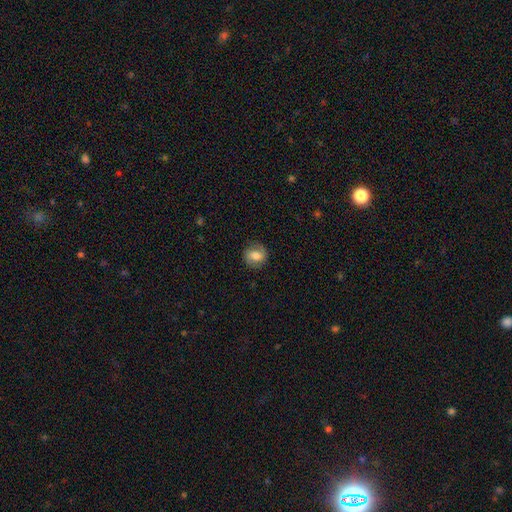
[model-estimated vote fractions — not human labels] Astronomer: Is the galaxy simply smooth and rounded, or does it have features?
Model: smooth — 62%.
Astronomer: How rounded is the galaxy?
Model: round — 77%.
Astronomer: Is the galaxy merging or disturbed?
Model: none — 83%.